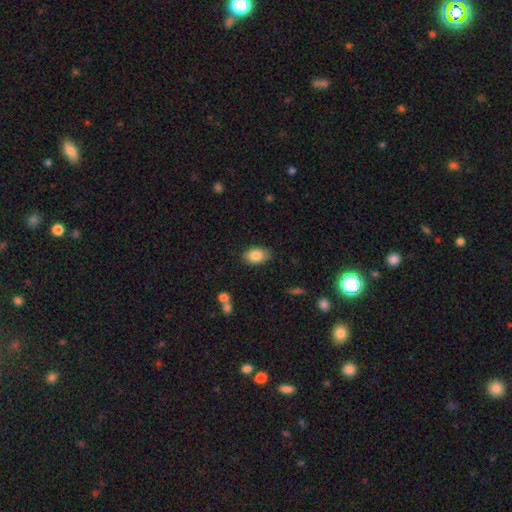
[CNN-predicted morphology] type=smooth (84%); roundness=in between (89%); merging=none (84%).